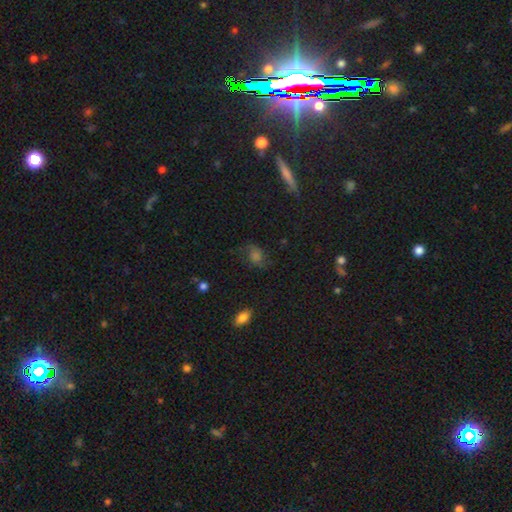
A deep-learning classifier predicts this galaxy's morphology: smooth-or-featured: smooth: 41% | featured or disk: 38% | star or artifact: 22%
  merging: none: 68% | minor disturbance: 20% | major disturbance: 10% | merger: 2%